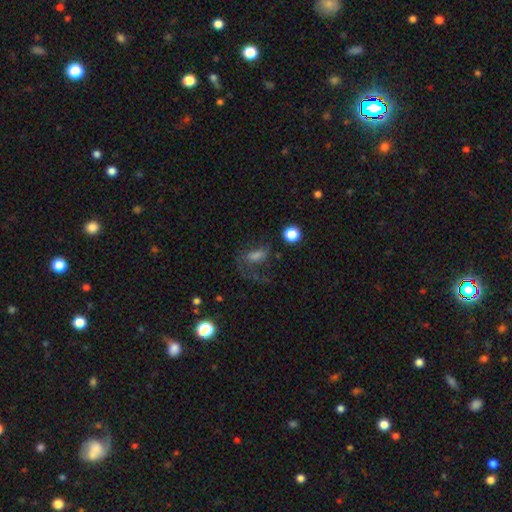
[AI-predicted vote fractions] smooth-or-featured: featured or disk: 44% | smooth: 37% | star or artifact: 19%
  merging: major disturbance: 40% | none: 39% | minor disturbance: 16% | merger: 5%